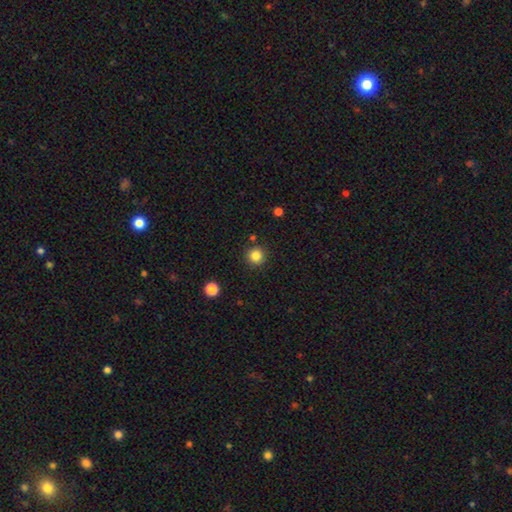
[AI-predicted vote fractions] Morphology: type=smooth (84%); roundness=round (95%); merging=none (89%).